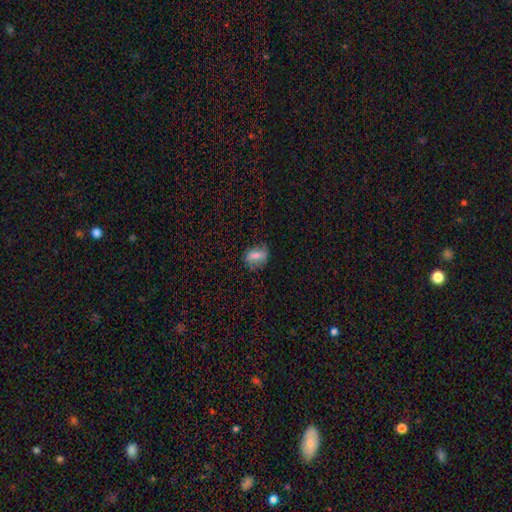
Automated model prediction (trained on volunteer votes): A smooth galaxy with no disk features (68%) that is in between round and cigar-shaped (69%).

Vote fractions:
- Smooth or featured? smooth: 68% / featured or disk: 21% / star or artifact: 11%
- How rounded? in between: 69% / round: 22% / cigar-shaped: 9%
- Merging? none: 70% / minor disturbance: 21% / major disturbance: 7% / merger: 2%